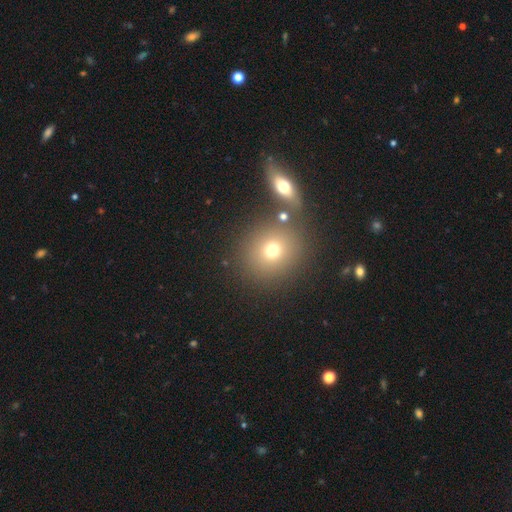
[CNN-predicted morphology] type=smooth (64%); roundness=round (84%); merging=none (73%).